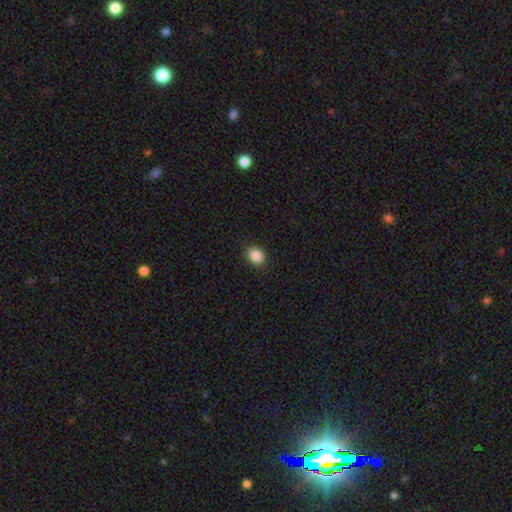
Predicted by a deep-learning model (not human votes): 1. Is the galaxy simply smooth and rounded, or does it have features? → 88% smooth, 9% star or artifact, 3% featured or disk.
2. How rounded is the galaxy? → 56% in between, 43% round, 1% cigar-shaped.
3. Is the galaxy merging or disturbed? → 89% none, 8% minor disturbance, 2% major disturbance, 1% merger.